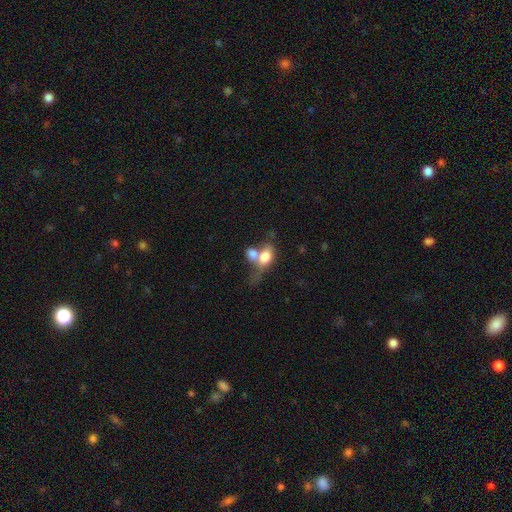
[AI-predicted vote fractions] smooth_or_featured: smooth (p=0.73) [alt: featured or disk p=0.18]
how_rounded: in between (p=0.76) [alt: round p=0.20]
merging: merger (p=0.64) [alt: none p=0.17]